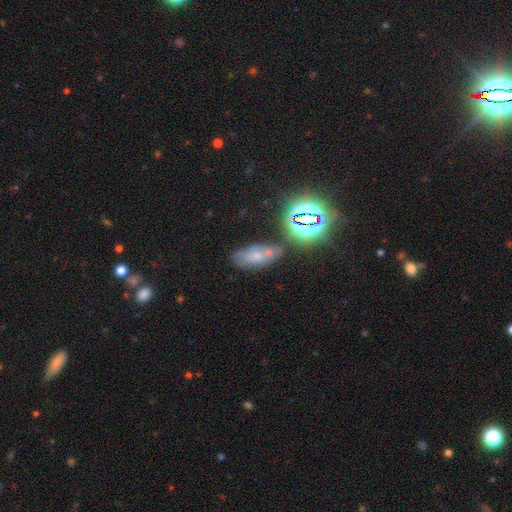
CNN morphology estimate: This is marginally a star or artifact rather than a galaxy (44%).